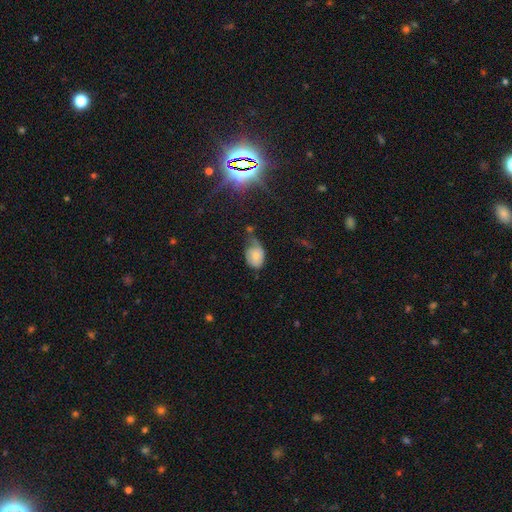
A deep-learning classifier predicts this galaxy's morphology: This is likely a smooth galaxy (69%). How rounded: likely in between (75%). Merging: marginally minor disturbance (42%).